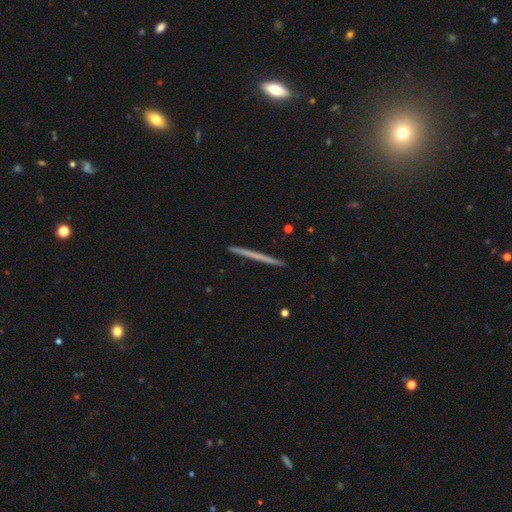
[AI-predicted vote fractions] smooth-or-featured: featured or disk: 53% | smooth: 41% | star or artifact: 6%
  disk-edge-on: yes: 98% | no: 2%
    edge-on-bulge: none: 89% | rounded: 8% | boxy: 3%
  merging: none: 93% | minor disturbance: 5% | merger: 1% | major disturbance: 1%